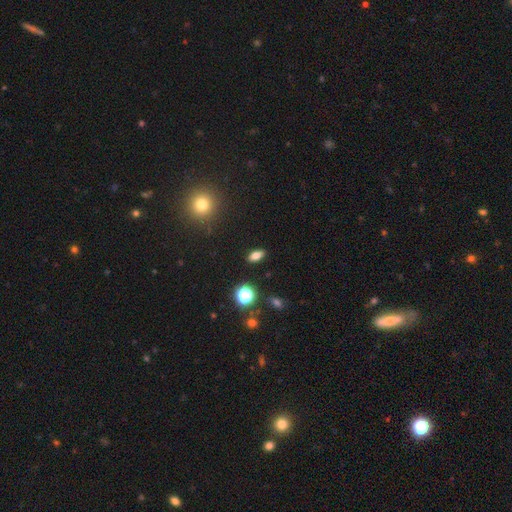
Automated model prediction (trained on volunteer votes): Smooth or featured: smooth — 72% (star or artifact — 16%)
How rounded: in between — 79% (cigar-shaped — 11%)
Merging: none — 88% (minor disturbance — 8%)